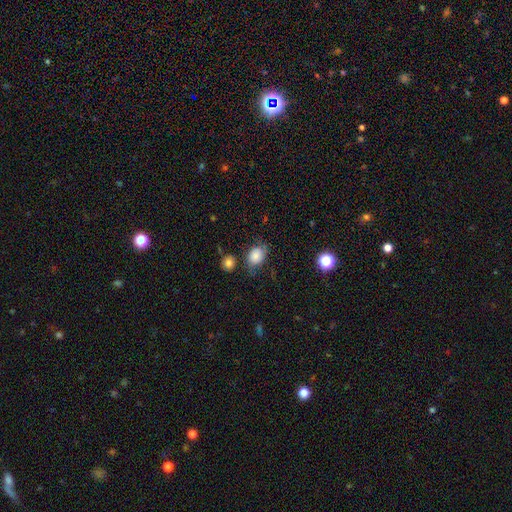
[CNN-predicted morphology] Smooth or featured: smooth — 70% (featured or disk — 19%)
How rounded: in between — 55% (round — 44%)
Merging: none — 57% (minor disturbance — 27%)